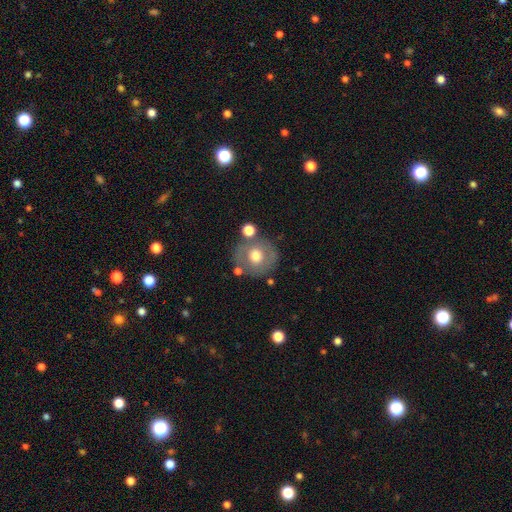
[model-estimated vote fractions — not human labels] The model was most divided on "smooth or featured": smooth: 56%, featured or disk: 35%, star or artifact: 9%. More confident: how rounded — round (88%); merging — none (74%).